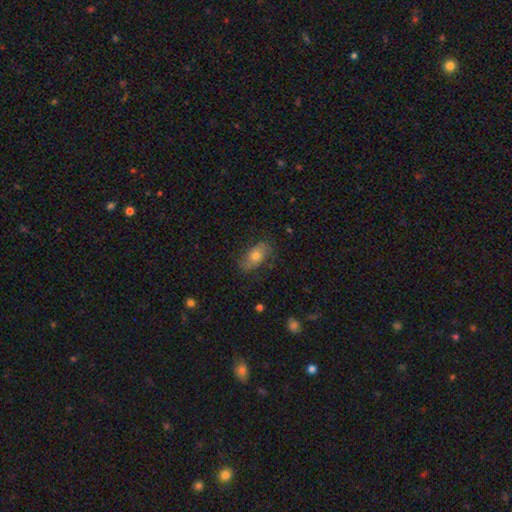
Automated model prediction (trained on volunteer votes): Morphology: type=smooth (60%); roundness=in between (85%); merging=none (74%).